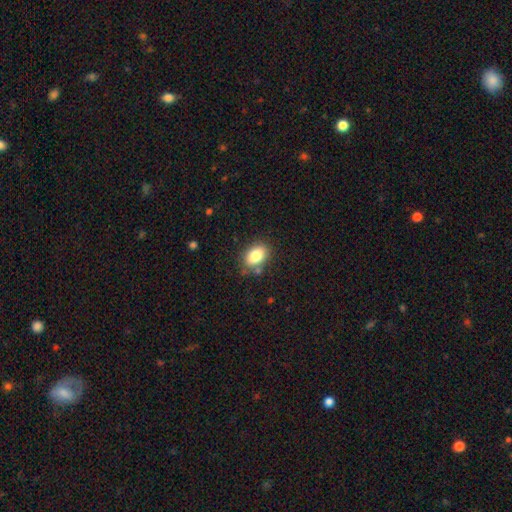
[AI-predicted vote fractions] smooth-or-featured: smooth: 82% | featured or disk: 9% | star or artifact: 9%
  how-rounded: in between: 81% | round: 18% | cigar-shaped: 1%
  merging: none: 78% | minor disturbance: 14% | merger: 4% | major disturbance: 4%